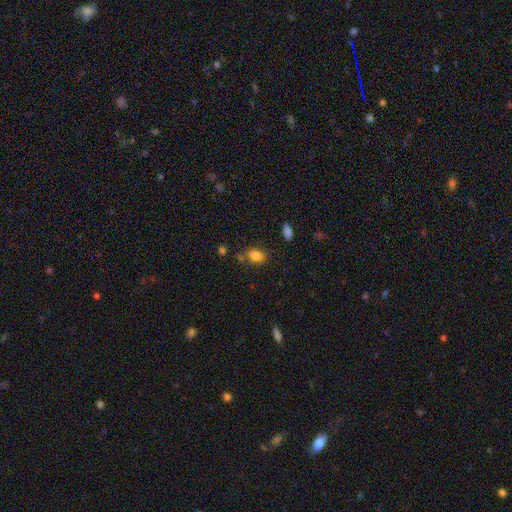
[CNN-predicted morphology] The model was most divided on "merging": none: 64%, minor disturbance: 20%, merger: 9%, major disturbance: 6%. More confident: smooth or featured — smooth (83%); how rounded — in between (75%).